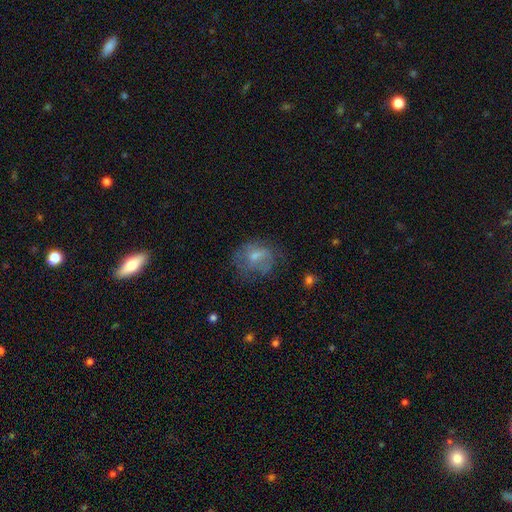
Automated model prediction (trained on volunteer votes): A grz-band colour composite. It shows a smooth galaxy with no disk features (46%). Merging: none (57%).